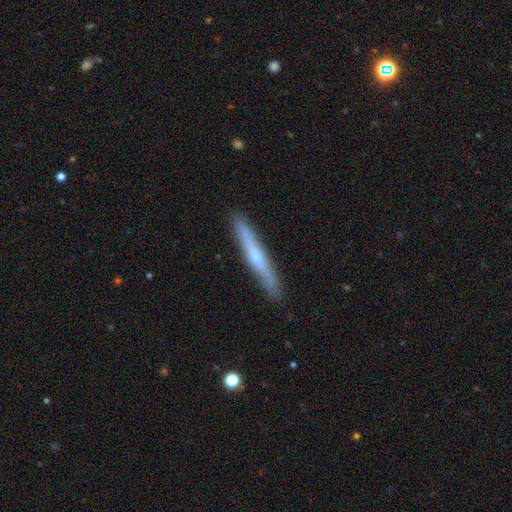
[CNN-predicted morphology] Smooth or featured: featured or disk — 53% (smooth — 41%)
Edge-on disk: yes — 93% (no — 7%)
Merging: none — 90% (minor disturbance — 8%)